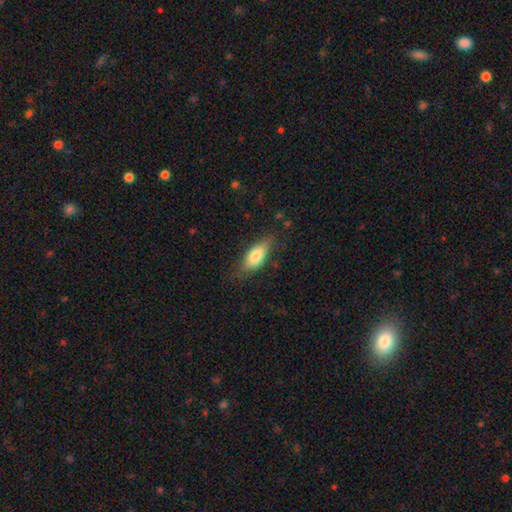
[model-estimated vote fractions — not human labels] smooth 77%, featured or disk 16%, star or artifact 7%. Down the decision tree: how rounded — in between (77%); merging — none (70%).